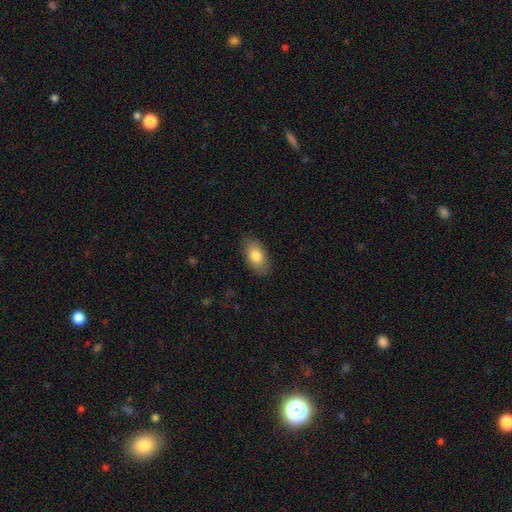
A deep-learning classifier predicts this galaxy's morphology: smooth_or_featured: smooth (p=0.81) [alt: featured or disk p=0.12]
how_rounded: in between (p=0.93) [alt: round p=0.04]
merging: none (p=0.85) [alt: minor disturbance p=0.11]